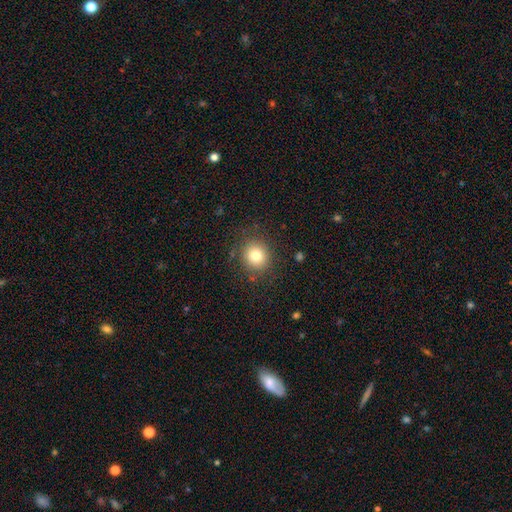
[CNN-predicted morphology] Q: Smooth or featured?
A: smooth (79%); runner-up: star or artifact (12%)
Q: How rounded?
A: round (87%); runner-up: in between (12%)
Q: Merging?
A: none (86%); runner-up: minor disturbance (9%)